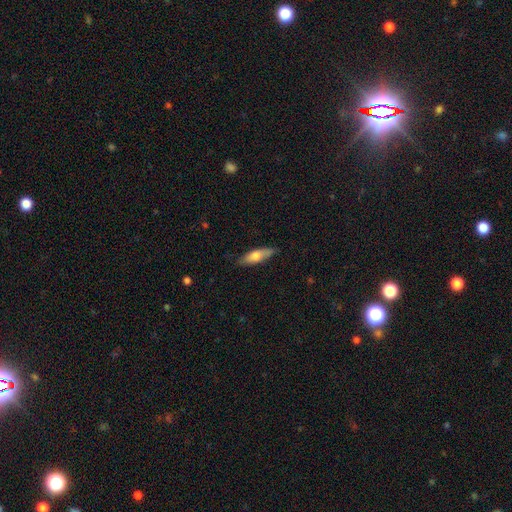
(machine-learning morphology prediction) A smooth galaxy with no disk features (65%) that is cigar-shaped (51%).

Vote fractions:
- Smooth or featured? smooth: 65% / featured or disk: 29% / star or artifact: 6%
- How rounded? cigar-shaped: 51% / in between: 47% / round: 2%
- Merging? none: 78% / minor disturbance: 18% / major disturbance: 3% / merger: 1%